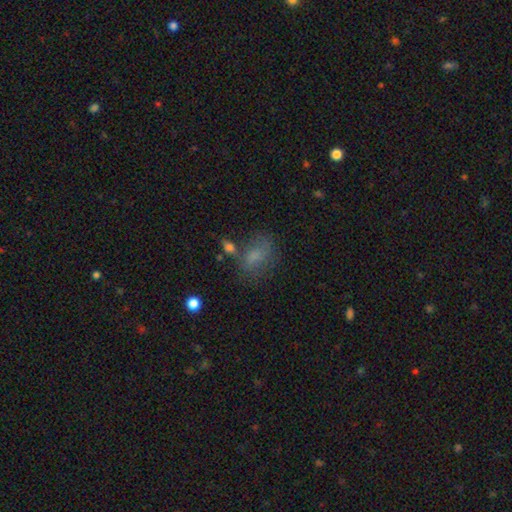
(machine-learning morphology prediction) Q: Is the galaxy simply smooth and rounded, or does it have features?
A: smooth — 68%.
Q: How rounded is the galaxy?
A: in between — 80%.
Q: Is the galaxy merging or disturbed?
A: none — 53%.